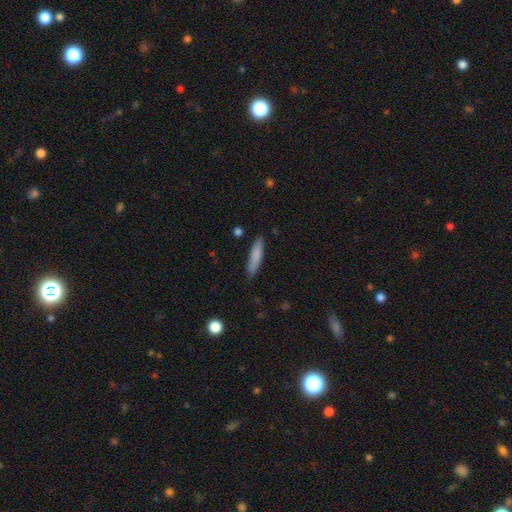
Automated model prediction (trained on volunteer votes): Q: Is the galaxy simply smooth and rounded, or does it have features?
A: smooth — 81%.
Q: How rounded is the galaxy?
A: cigar-shaped — 82%.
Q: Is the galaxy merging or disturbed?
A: none — 82%.